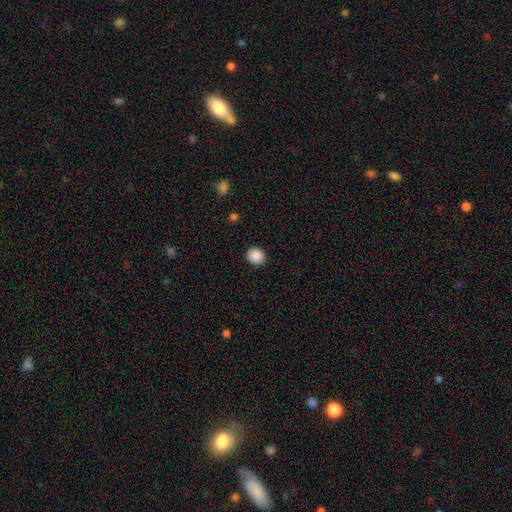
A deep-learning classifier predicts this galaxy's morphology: smooth_or_featured: smooth (p=0.88) [alt: star or artifact p=0.09]
how_rounded: round (p=0.79) [alt: in between p=0.20]
merging: none (p=0.91) [alt: minor disturbance p=0.06]